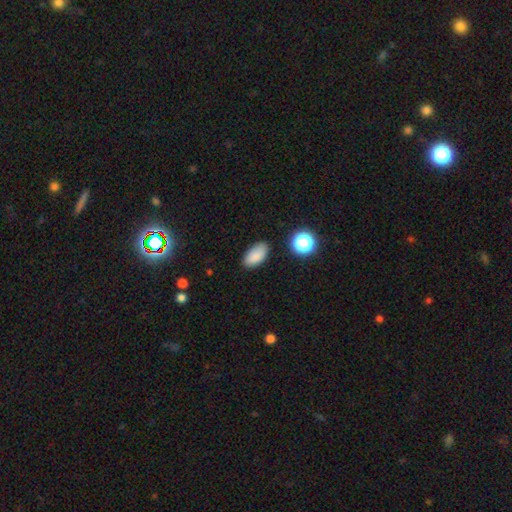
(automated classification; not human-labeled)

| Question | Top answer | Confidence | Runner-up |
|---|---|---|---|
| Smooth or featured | smooth | 85% | star or artifact (10%) |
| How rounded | in between | 92% | round (5%) |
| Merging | none | 83% | minor disturbance (12%) |